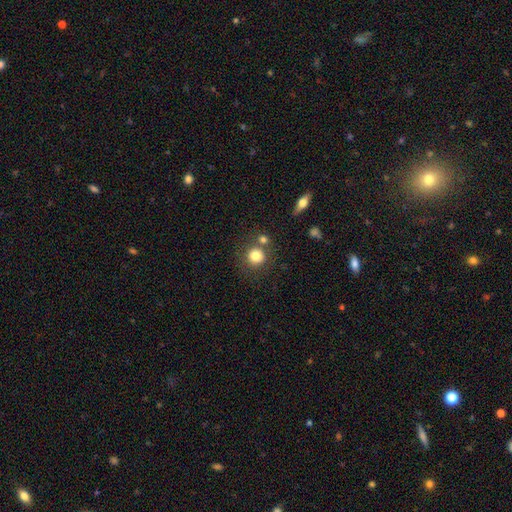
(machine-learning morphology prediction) Smooth or featured?
  - smooth: 81% *
  - star or artifact: 11%
  - featured or disk: 8%
How rounded?
  - round: 91% *
  - in between: 8%
  - cigar-shaped: 1%
Merging?
  - none: 72% *
  - merger: 15%
  - minor disturbance: 9%
  - major disturbance: 3%